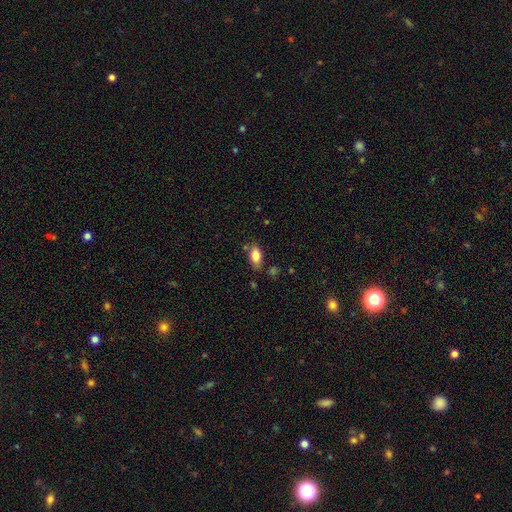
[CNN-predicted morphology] Smooth or featured? smooth (80%)
How rounded? in between (87%)
Merging? none (75%)